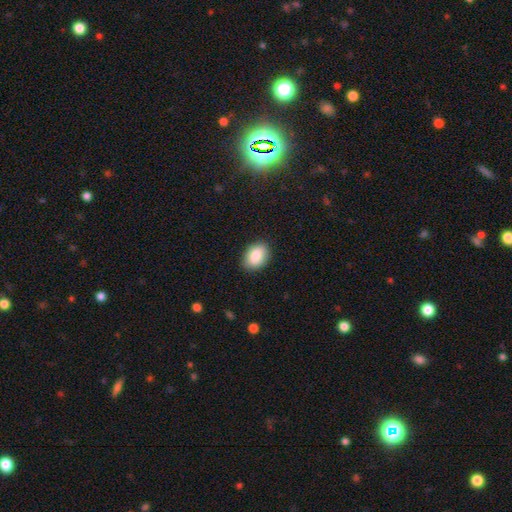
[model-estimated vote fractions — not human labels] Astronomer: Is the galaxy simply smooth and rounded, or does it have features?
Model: smooth — 86%.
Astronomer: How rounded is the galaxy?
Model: in between — 81%.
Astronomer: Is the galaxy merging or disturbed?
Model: none — 88%.